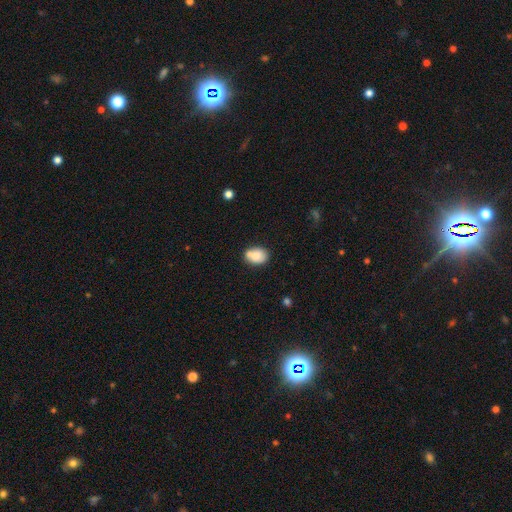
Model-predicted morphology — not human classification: smooth_or_featured: smooth (p=0.81) [alt: featured or disk p=0.11]
how_rounded: in between (p=0.67) [alt: round p=0.32]
merging: none (p=0.58) [alt: merger p=0.20]